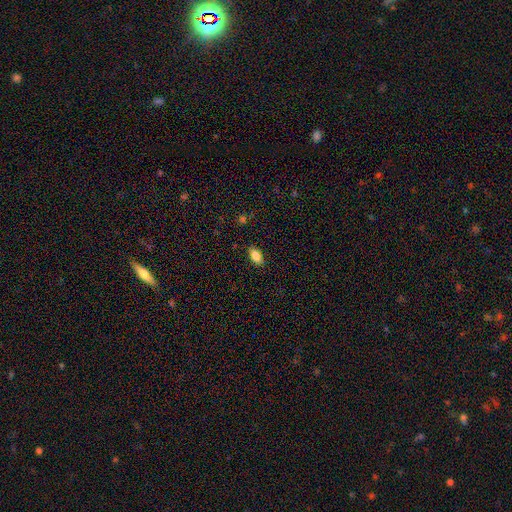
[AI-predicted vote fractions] Morphology: type=smooth (85%); roundness=in between (90%); merging=none (86%).